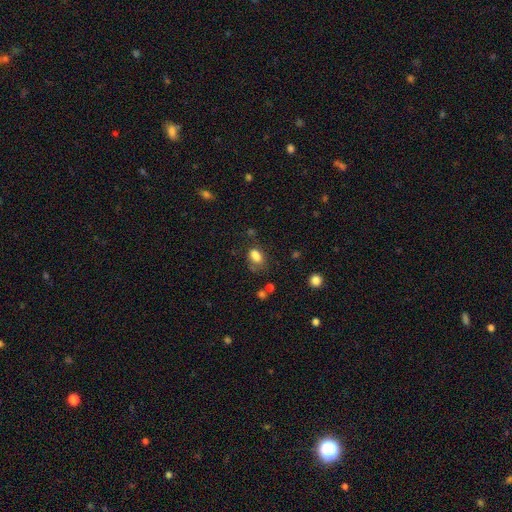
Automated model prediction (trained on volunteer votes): Smooth or featured? smooth (79%)
How rounded? in between (84%)
Merging? none (51%)